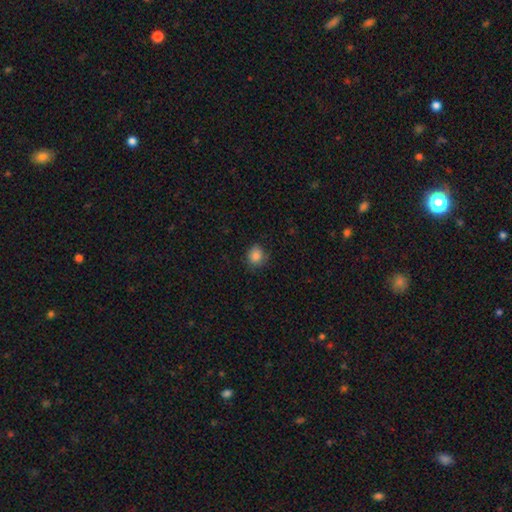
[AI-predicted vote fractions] smooth 85%, star or artifact 10%, featured or disk 4%. Down the decision tree: how rounded — round (75%); merging — none (77%).